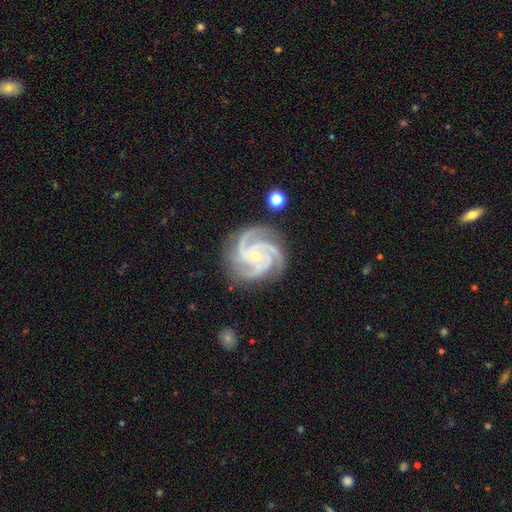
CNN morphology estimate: Smooth or featured?
  - featured or disk: 94% *
  - star or artifact: 4%
  - smooth: 2%
Edge-on disk?
  - no: 98% *
  - yes: 2%
Bar?
  - no: 72% *
  - weak: 20%
  - strong: 8%
Spiral arms?
  - yes: 99% *
  - no: 1%
Spiral winding?
  - tight: 60% *
  - medium: 37%
  - loose: 3%
Spiral arm count?
  - 3: 61% *
  - 4: 27%
  - 2: 3%
  - can't tell: 3%
  - more than 4: 3%
  - 1: 3%
Bulge size?
  - small: 65% *
  - moderate: 32%
  - none: 1%
  - large: 1%
  - dominant: 1%
Merging?
  - none: 81% *
  - minor disturbance: 14%
  - major disturbance: 3%
  - merger: 1%